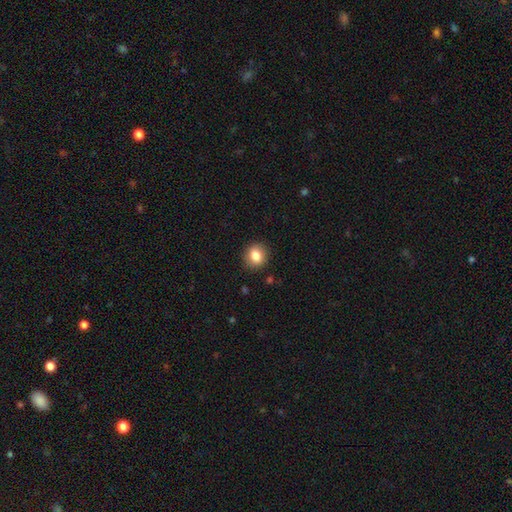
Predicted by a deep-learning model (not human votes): Smooth or featured?
  - smooth: 83% *
  - star or artifact: 9%
  - featured or disk: 7%
How rounded?
  - round: 74% *
  - in between: 25%
  - cigar-shaped: 1%
Merging?
  - none: 89% *
  - minor disturbance: 8%
  - major disturbance: 2%
  - merger: 1%